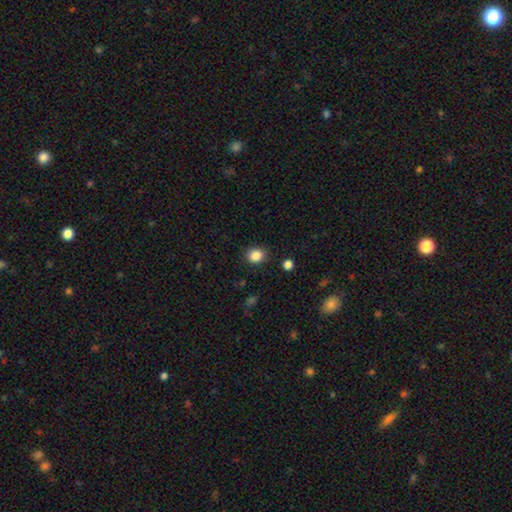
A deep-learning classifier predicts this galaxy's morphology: A smooth galaxy with no disk features (86%) that is round (73%).

Vote fractions:
- Smooth or featured? smooth: 86% / star or artifact: 10% / featured or disk: 4%
- How rounded? round: 73% / in between: 26% / cigar-shaped: 1%
- Merging? none: 86% / minor disturbance: 9% / major disturbance: 3% / merger: 2%